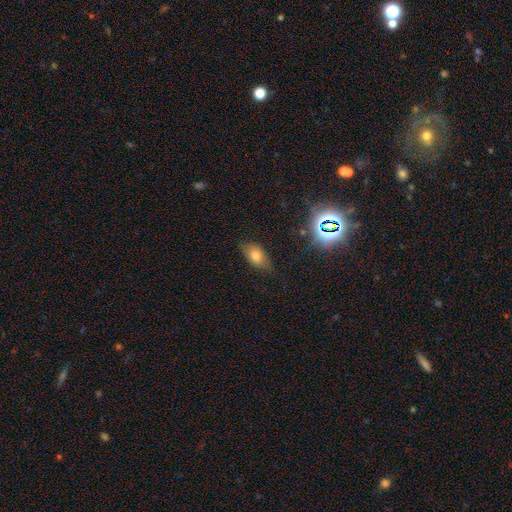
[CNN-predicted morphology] Smooth or featured? Predicted: smooth (p=0.72). How rounded? Predicted: in between (p=0.87). Merging? Predicted: none (p=0.76).